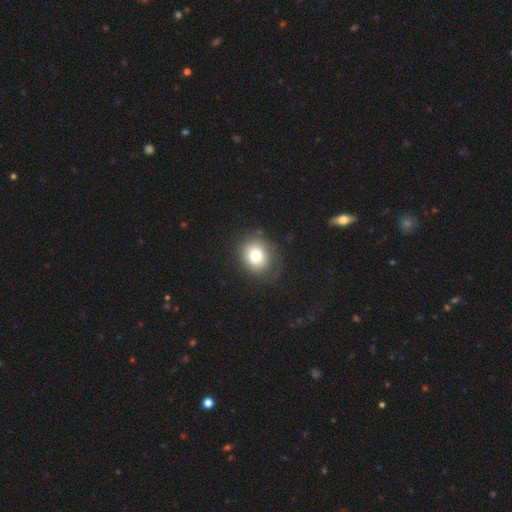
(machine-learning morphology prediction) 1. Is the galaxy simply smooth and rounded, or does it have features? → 77% smooth, 13% featured or disk, 10% star or artifact.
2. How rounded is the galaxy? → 68% round, 31% in between, 1% cigar-shaped.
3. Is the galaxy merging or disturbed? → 77% none, 15% minor disturbance, 6% major disturbance, 2% merger.